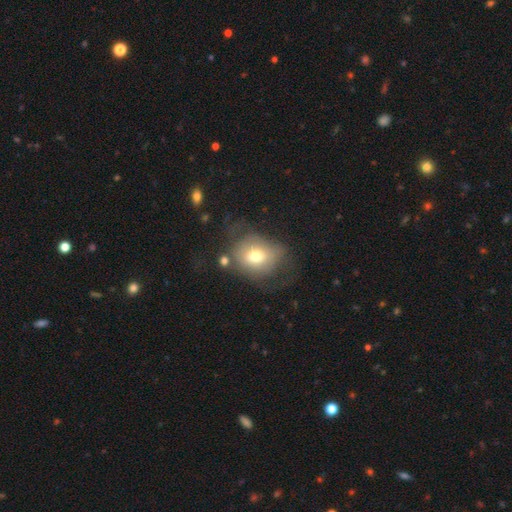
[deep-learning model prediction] The model was most divided on "how rounded": round: 51%, in between: 48%, cigar-shaped: 1%. Remaining: smooth or featured — smooth (64%); merging — none (43%).